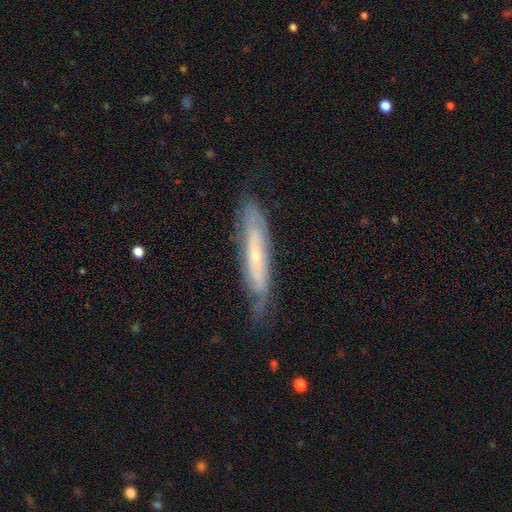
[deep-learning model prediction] This appears to be a featured or disk galaxy (66%) viewed edge-on (51%). Merging: none (67%).